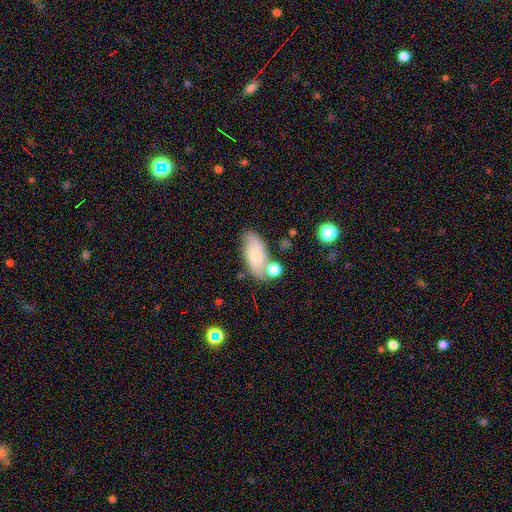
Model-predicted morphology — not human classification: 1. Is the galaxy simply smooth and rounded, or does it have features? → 58% smooth, 34% featured or disk, 8% star or artifact.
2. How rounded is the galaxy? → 87% in between, 8% cigar-shaped, 5% round.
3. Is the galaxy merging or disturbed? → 62% none, 19% minor disturbance, 14% merger, 5% major disturbance.